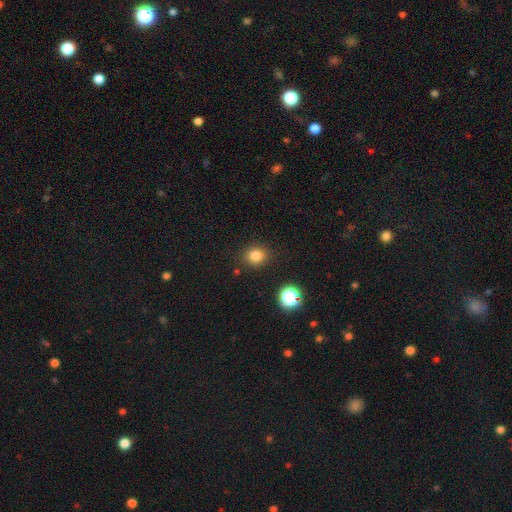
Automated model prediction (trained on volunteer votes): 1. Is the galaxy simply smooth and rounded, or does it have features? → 80% smooth, 14% star or artifact, 6% featured or disk.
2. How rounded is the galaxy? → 77% round, 22% in between, 1% cigar-shaped.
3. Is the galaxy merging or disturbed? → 87% none, 8% minor disturbance, 3% major disturbance, 2% merger.